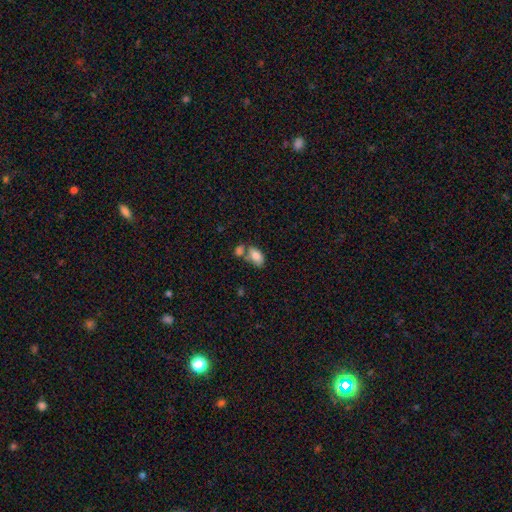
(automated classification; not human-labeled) Smooth or featured?
  - smooth: 79% *
  - featured or disk: 14%
  - star or artifact: 8%
How rounded?
  - in between: 91% *
  - round: 7%
  - cigar-shaped: 2%
Merging?
  - none: 42% *
  - merger: 37%
  - minor disturbance: 15%
  - major disturbance: 6%